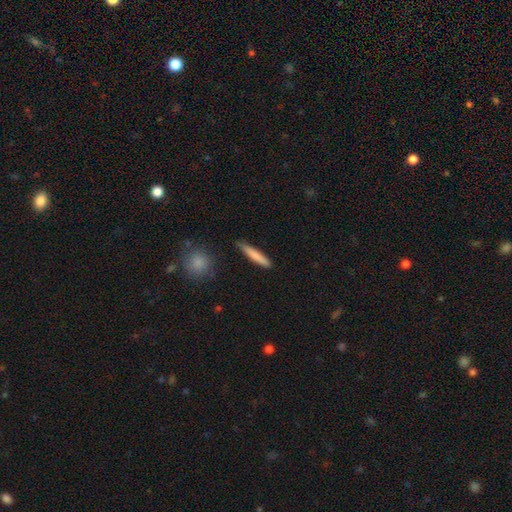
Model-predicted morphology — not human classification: This appears to be a smooth galaxy with no disk features (79%) that is cigar-shaped (92%). Merging: none (81%).